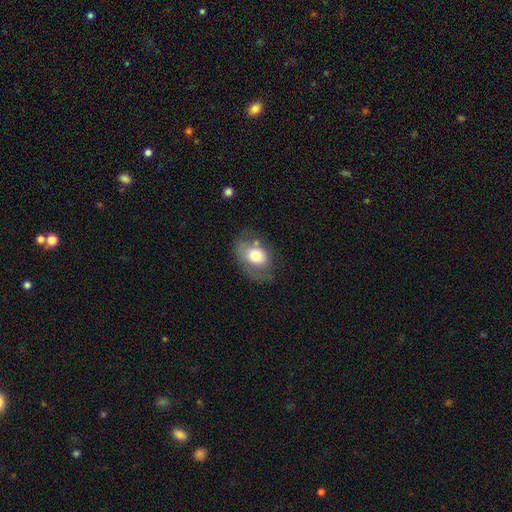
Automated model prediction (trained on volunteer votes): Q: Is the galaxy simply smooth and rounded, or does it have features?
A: smooth — 63%.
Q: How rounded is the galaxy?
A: in between — 77%.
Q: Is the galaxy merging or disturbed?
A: none — 50%.